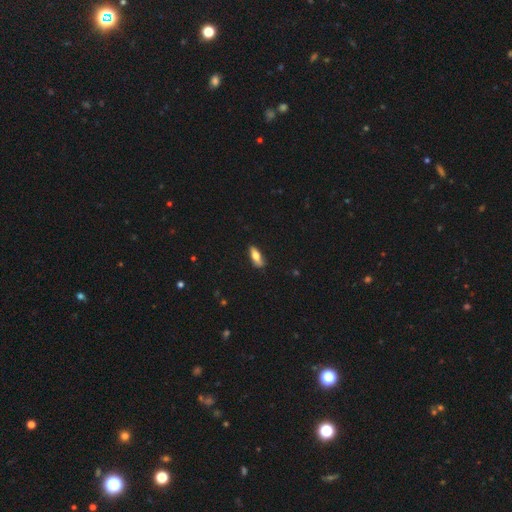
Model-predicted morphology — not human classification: A smooth galaxy with no disk features (66%) that is in between round and cigar-shaped (64%).

Vote fractions:
- Smooth or featured? smooth: 66% / featured or disk: 28% / star or artifact: 6%
- How rounded? in between: 64% / cigar-shaped: 33% / round: 3%
- Merging? none: 78% / minor disturbance: 18% / major disturbance: 3% / merger: 2%